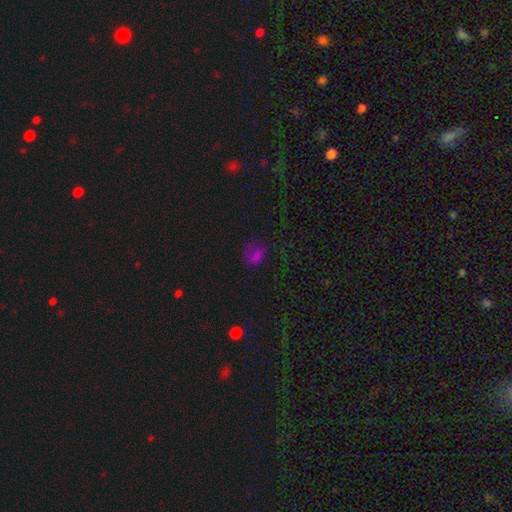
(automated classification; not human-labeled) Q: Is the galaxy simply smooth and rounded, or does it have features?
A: smooth — 62%.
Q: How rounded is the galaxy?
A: in between — 53%.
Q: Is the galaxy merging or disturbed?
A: none — 50%.